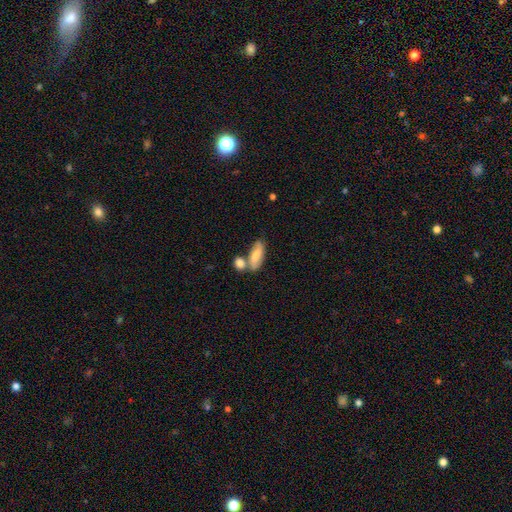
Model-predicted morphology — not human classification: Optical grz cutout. It shows a smooth galaxy with no disk features (61%) that is in between round and cigar-shaped (72%). Merging: none (46%).